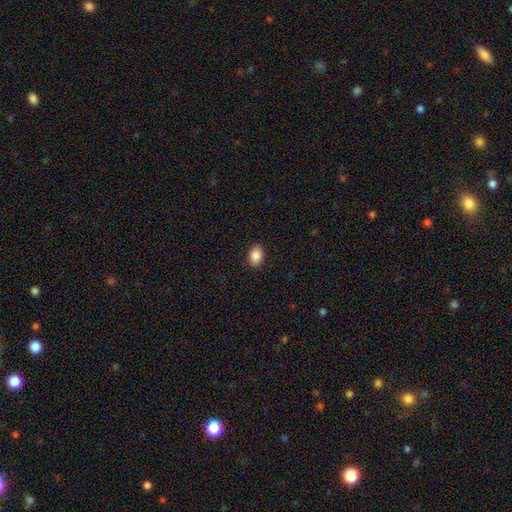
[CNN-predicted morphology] smooth 87%, star or artifact 8%, featured or disk 5%. Down the decision tree: how rounded — in between (81%); merging — none (90%).